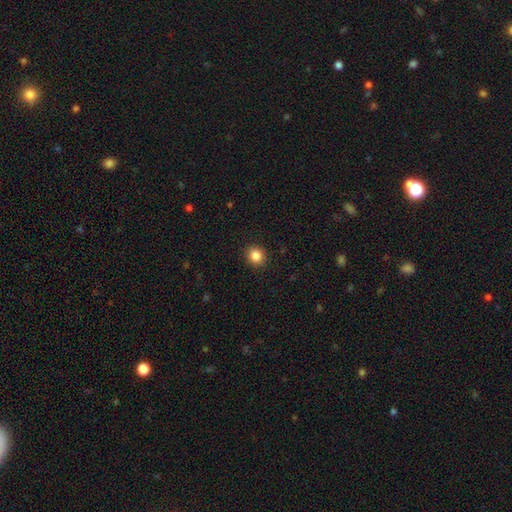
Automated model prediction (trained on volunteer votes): The model was most divided on "how rounded": round: 79%, in between: 20%, cigar-shaped: 1%. More confident: merging — none (90%); smooth or featured — smooth (86%).